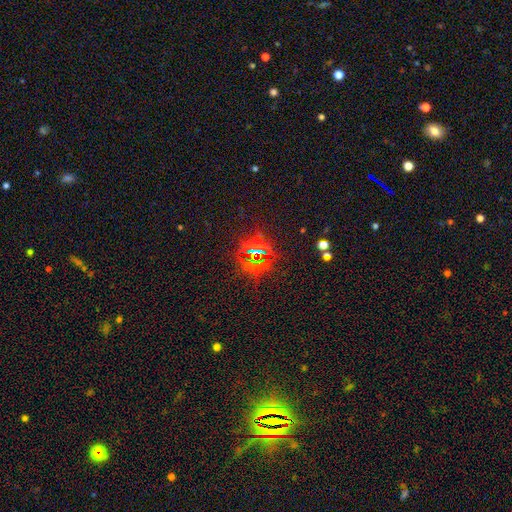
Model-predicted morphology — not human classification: This appears to be a star or artifact, not a galaxy (78%).